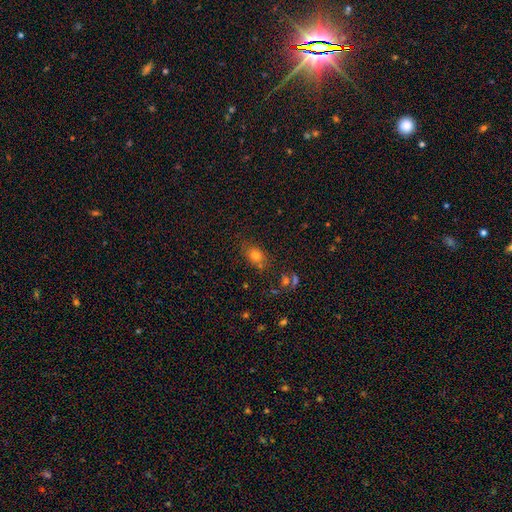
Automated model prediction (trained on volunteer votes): Overall: smooth (76%). How rounded: in between (56%; round 42%). Merging: none (72%).